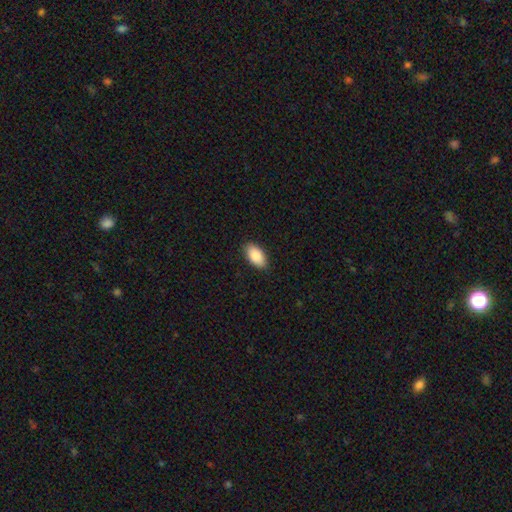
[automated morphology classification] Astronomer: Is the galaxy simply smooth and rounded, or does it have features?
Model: smooth — 89%.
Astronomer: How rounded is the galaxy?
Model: in between — 94%.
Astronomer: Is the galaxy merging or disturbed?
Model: none — 87%.